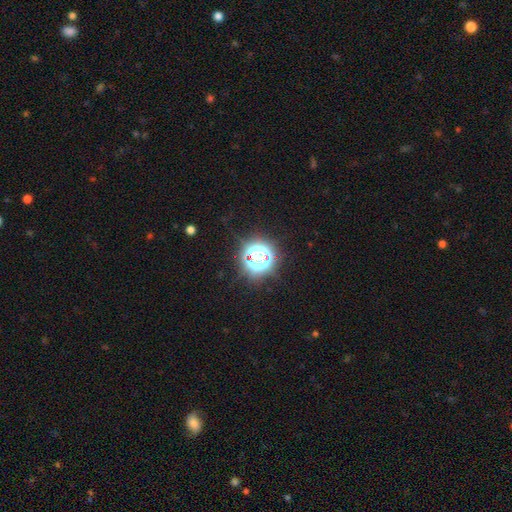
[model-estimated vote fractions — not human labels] This appears to be a star or artifact, not a galaxy (64%).